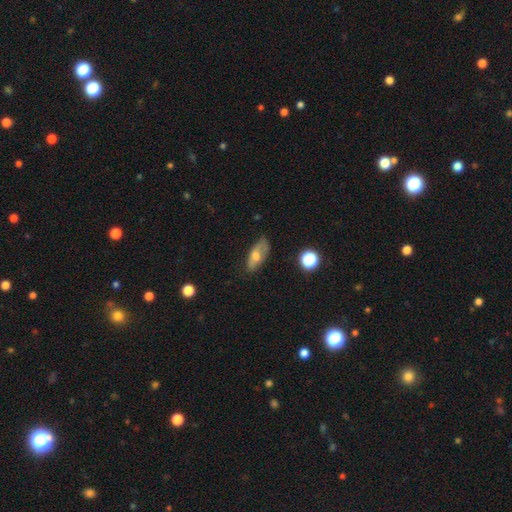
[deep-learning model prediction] The model was most divided on "smooth or featured": smooth: 60%, featured or disk: 31%, star or artifact: 9%. More confident: how rounded — in between (81%); merging — none (63%).